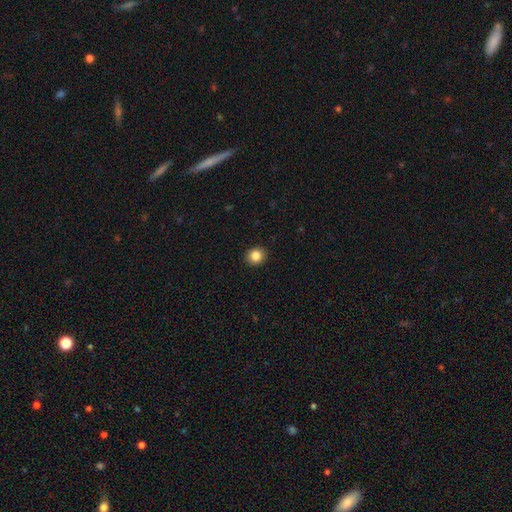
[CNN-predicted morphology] Overall: smooth (85%). How rounded: round (79%). Merging: none (92%).